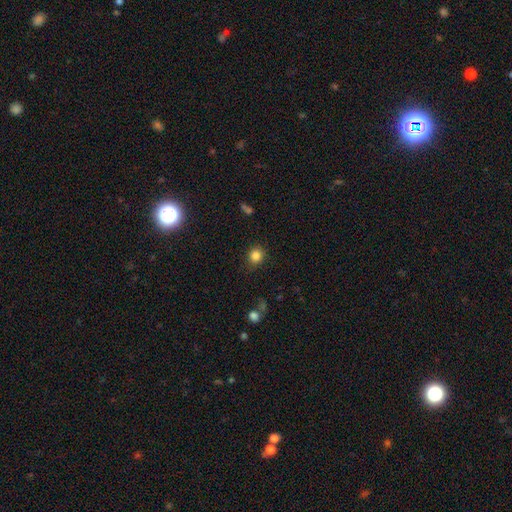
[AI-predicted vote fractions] A smooth galaxy with no disk features (84%) that is round (84%). Merging: none (85%).